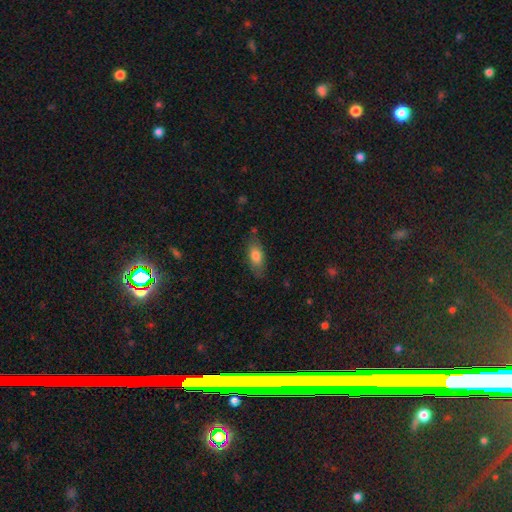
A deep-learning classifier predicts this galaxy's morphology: A smooth galaxy with no disk features (76%) that is in between round and cigar-shaped (80%).

Vote fractions:
- Smooth or featured? smooth: 76% / featured or disk: 17% / star or artifact: 7%
- How rounded? in between: 80% / cigar-shaped: 17% / round: 3%
- Merging? none: 76% / minor disturbance: 18% / major disturbance: 4% / merger: 2%